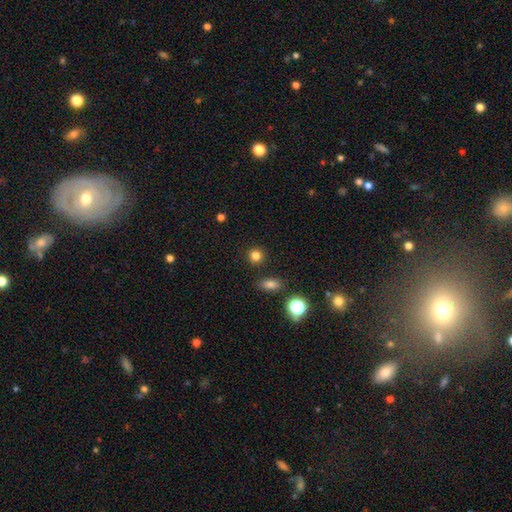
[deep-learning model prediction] This appears to be a smooth galaxy with no disk features (82%) that is round (89%). Merging: none (88%).